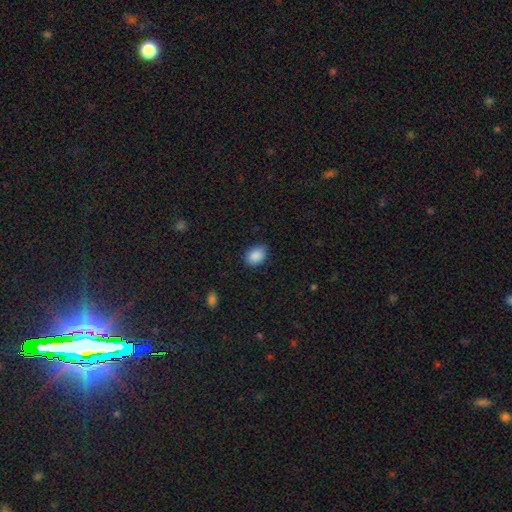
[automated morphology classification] Overall: smooth (89%). How rounded: in between (76%). Merging: none (79%).